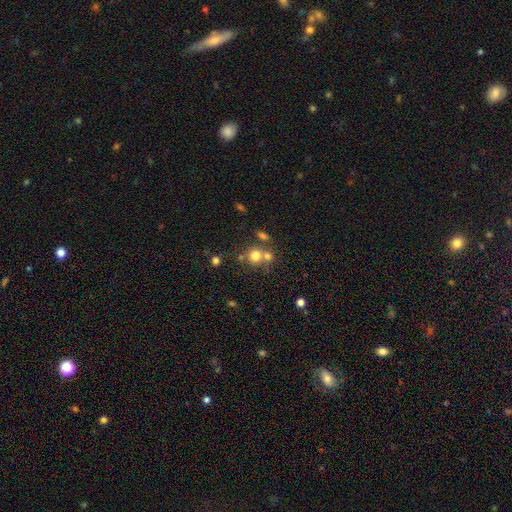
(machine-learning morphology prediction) smooth-or-featured: smooth: 72% | star or artifact: 15% | featured or disk: 13%
  how-rounded: round: 84% | in between: 15% | cigar-shaped: 1%
  merging: none: 52% | merger: 35% | minor disturbance: 9% | major disturbance: 4%